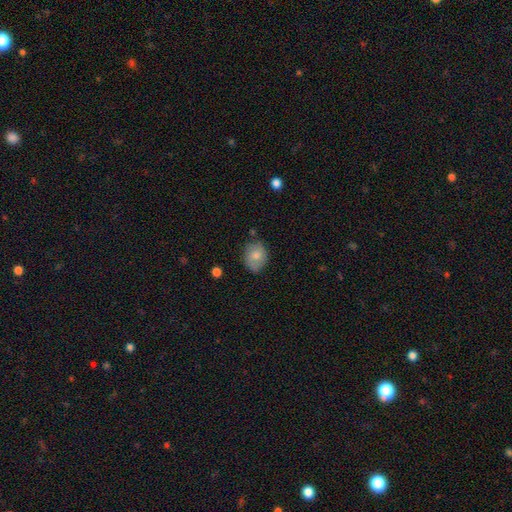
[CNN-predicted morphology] Smooth or featured?
  - smooth: 77% *
  - featured or disk: 16%
  - star or artifact: 8%
How rounded?
  - in between: 55% *
  - round: 44%
  - cigar-shaped: 1%
Merging?
  - none: 71% *
  - minor disturbance: 22%
  - major disturbance: 4%
  - merger: 3%